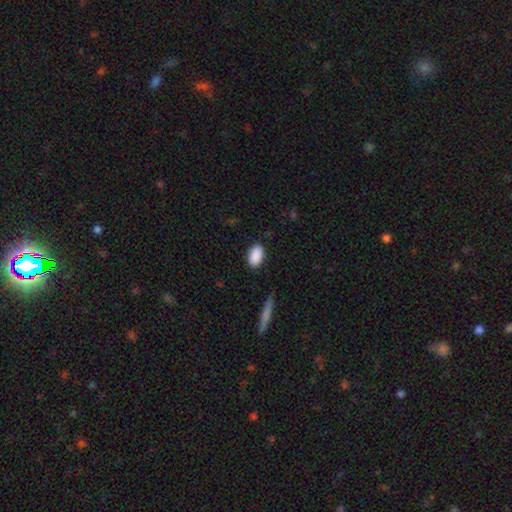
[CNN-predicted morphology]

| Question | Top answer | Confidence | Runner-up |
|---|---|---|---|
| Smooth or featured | smooth | 90% | star or artifact (6%) |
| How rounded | in between | 92% | round (6%) |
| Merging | none | 86% | minor disturbance (10%) |